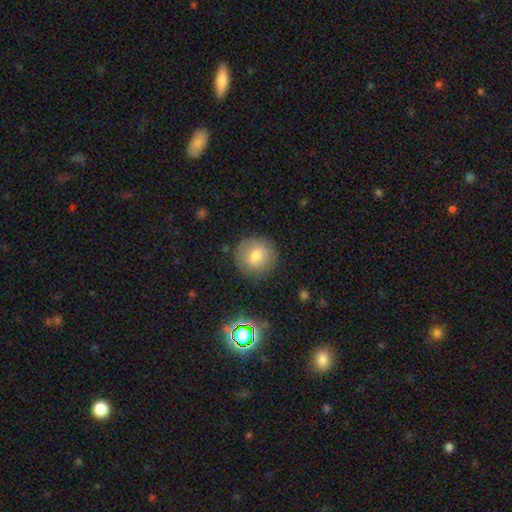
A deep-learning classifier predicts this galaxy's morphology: smooth-or-featured: smooth: 72% | featured or disk: 17% | star or artifact: 11%
  how-rounded: round: 93% | in between: 6% | cigar-shaped: 1%
  merging: none: 84% | minor disturbance: 11% | major disturbance: 3% | merger: 2%